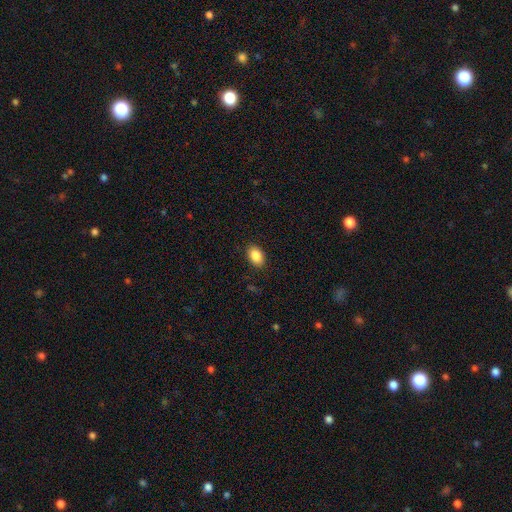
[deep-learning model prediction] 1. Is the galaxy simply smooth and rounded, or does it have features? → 87% smooth, 8% star or artifact, 5% featured or disk.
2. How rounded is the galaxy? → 84% in between, 15% round, 1% cigar-shaped.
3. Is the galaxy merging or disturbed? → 89% none, 8% minor disturbance, 2% major disturbance, 1% merger.